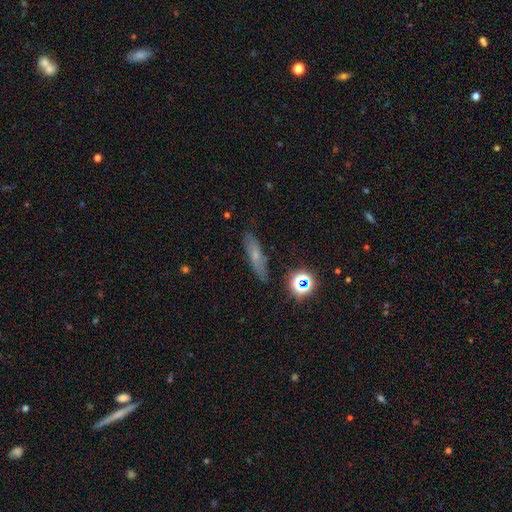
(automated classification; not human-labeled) Morphology: type=smooth (54%); roundness=cigar-shaped (68%); merging=none (80%).